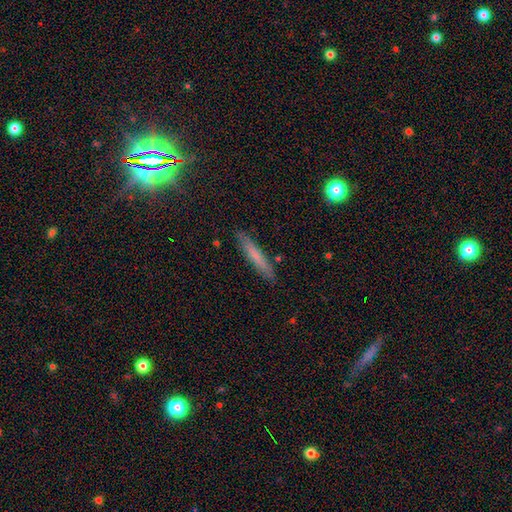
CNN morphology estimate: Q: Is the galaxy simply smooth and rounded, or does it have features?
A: smooth — 65%.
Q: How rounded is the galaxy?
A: cigar-shaped — 94%.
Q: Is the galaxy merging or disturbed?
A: none — 88%.